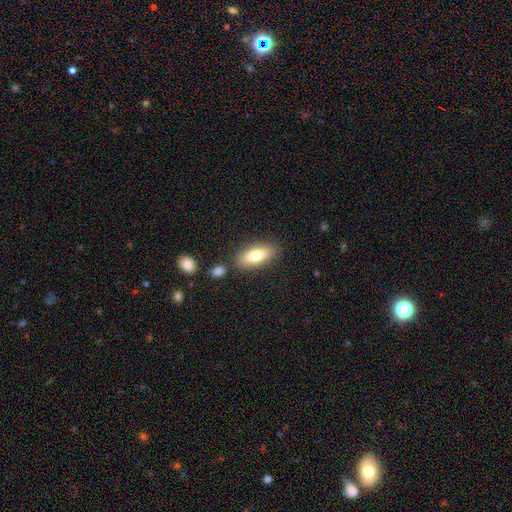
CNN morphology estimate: smooth_or_featured: smooth (p=0.77) [alt: featured or disk p=0.17]
how_rounded: in between (p=0.77) [alt: cigar-shaped p=0.20]
merging: none (p=0.80) [alt: minor disturbance p=0.11]